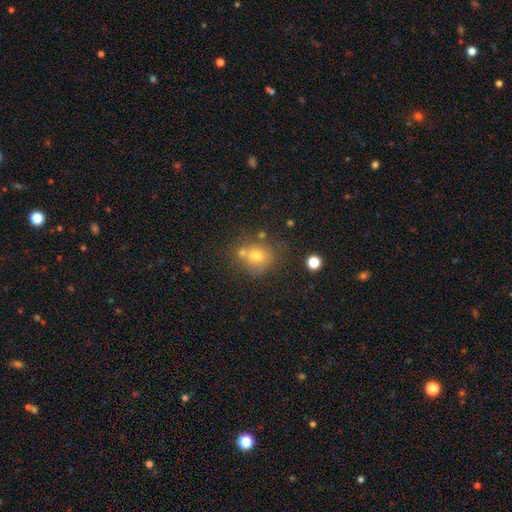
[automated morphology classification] A smooth galaxy with no disk features (67%) that is round (73%). Merging: none (57%).